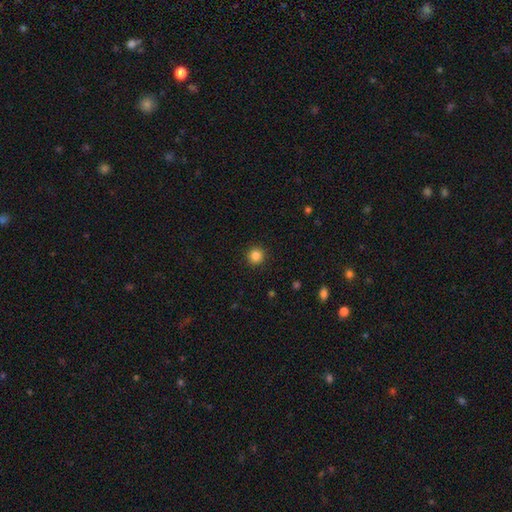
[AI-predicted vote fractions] smooth_or_featured: smooth (p=0.85) [alt: star or artifact p=0.11]
how_rounded: round (p=0.95) [alt: in between p=0.04]
merging: none (p=0.93) [alt: minor disturbance p=0.05]